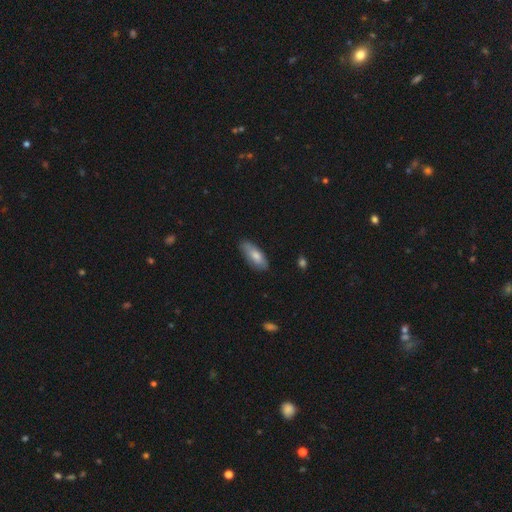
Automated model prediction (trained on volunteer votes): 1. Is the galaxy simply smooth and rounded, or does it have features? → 76% smooth, 18% featured or disk, 6% star or artifact.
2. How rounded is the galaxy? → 78% in between, 20% cigar-shaped, 2% round.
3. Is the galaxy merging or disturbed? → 75% none, 20% minor disturbance, 3% major disturbance, 1% merger.